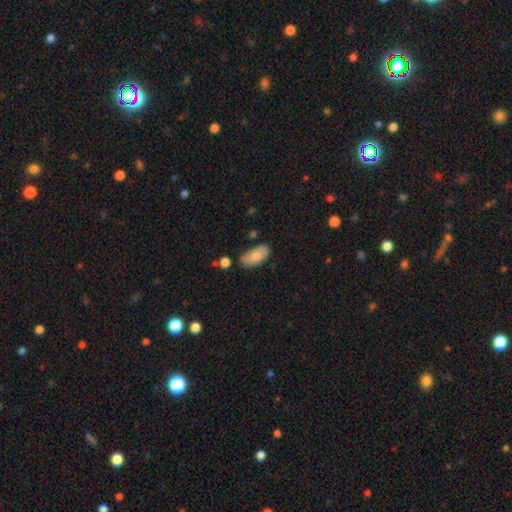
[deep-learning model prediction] Smooth or featured? Predicted: smooth (p=0.82). How rounded? Predicted: in between (p=0.94). Merging? Predicted: none (p=0.72).